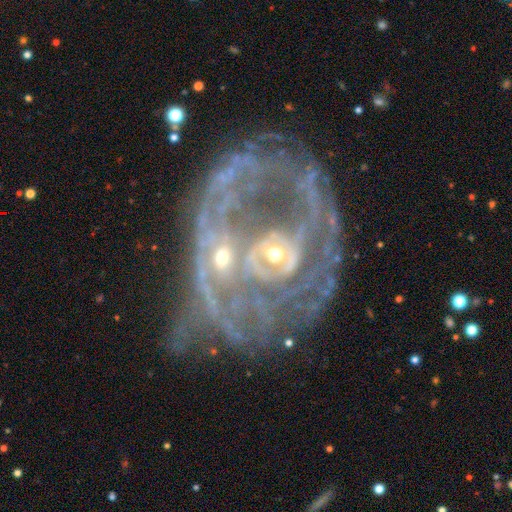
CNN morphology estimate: smooth-or-featured: featured or disk: 79% | star or artifact: 11% | smooth: 10%
  disk-edge-on: no: 97% | yes: 3%
    bar: no: 70% | weak: 20% | strong: 9%
    has-spiral-arms: yes: 61% | no: 39%
    bulge-size: small: 68% | moderate: 17% | none: 11% | large: 3% | dominant: 2%
  merging: merger: 36% | major disturbance: 28% | none: 23% | minor disturbance: 13%